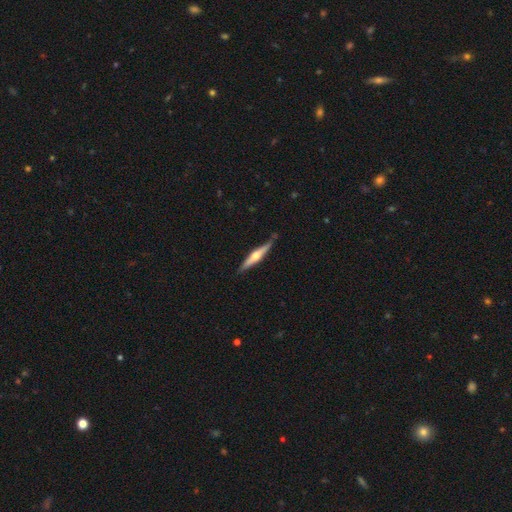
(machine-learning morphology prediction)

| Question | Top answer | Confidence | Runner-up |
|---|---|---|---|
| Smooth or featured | featured or disk | 69% | smooth (26%) |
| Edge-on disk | yes | 97% | no (3%) |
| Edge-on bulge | rounded | 89% | boxy (6%) |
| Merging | none | 81% | minor disturbance (14%) |